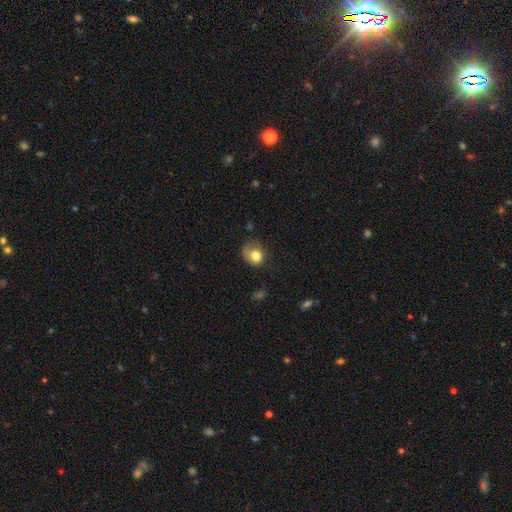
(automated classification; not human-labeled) smooth-or-featured: smooth: 76% | featured or disk: 15% | star or artifact: 9%
  how-rounded: round: 57% | in between: 42% | cigar-shaped: 1%
  merging: none: 44% | minor disturbance: 33% | major disturbance: 20% | merger: 3%